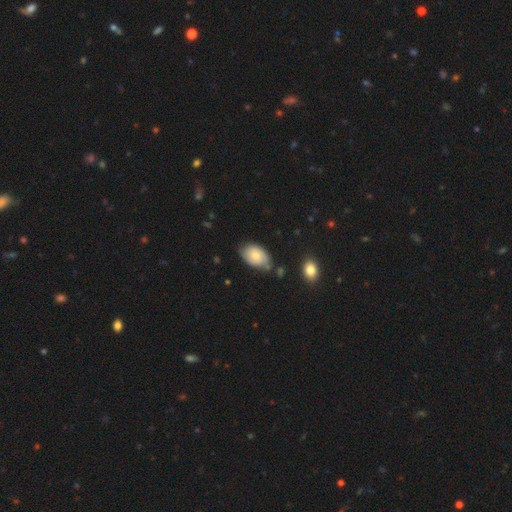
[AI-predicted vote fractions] Smooth or featured? Predicted: smooth (p=0.62). How rounded? Predicted: in between (p=0.87). Merging? Predicted: none (p=0.62).